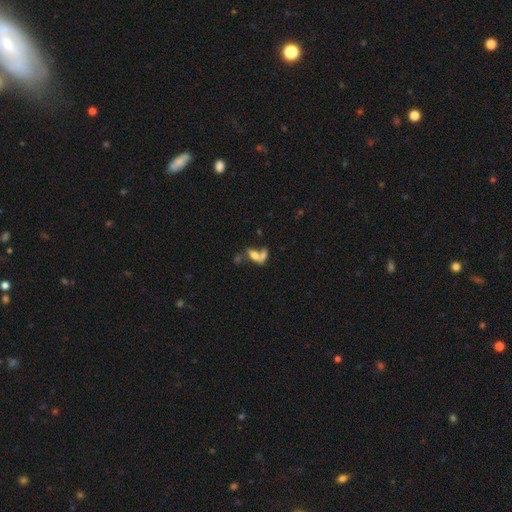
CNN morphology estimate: Smooth or featured? Predicted: smooth (p=0.53). How rounded? Predicted: in between (p=0.71). Merging? Predicted: merger (p=0.51).